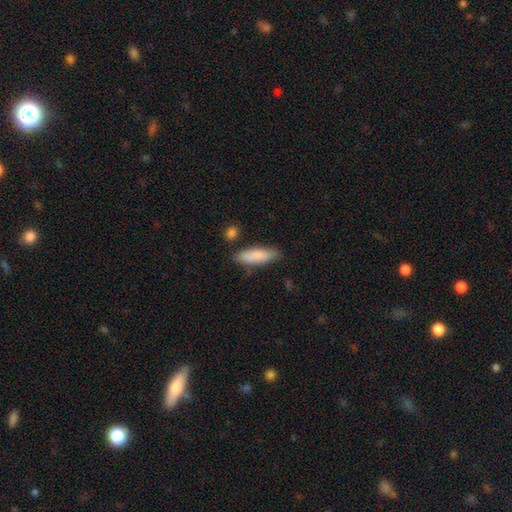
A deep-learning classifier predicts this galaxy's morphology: Smooth or featured? smooth (85%)
How rounded? cigar-shaped (49%, tied with in between)
Merging? none (78%)